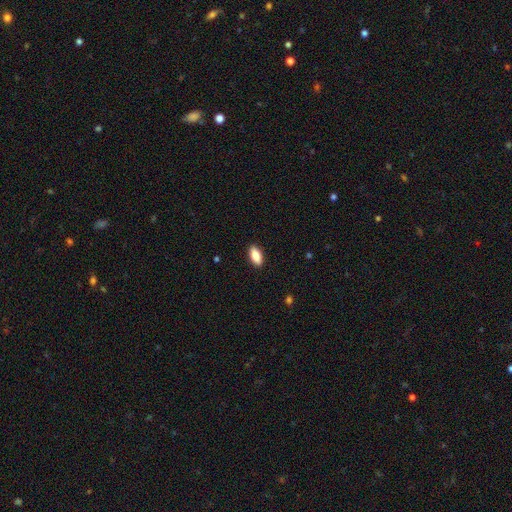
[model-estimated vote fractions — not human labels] smooth-or-featured: smooth: 85% | featured or disk: 9% | star or artifact: 6%
  how-rounded: in between: 87% | cigar-shaped: 11% | round: 3%
  merging: none: 90% | minor disturbance: 8% | major disturbance: 2% | merger: 1%